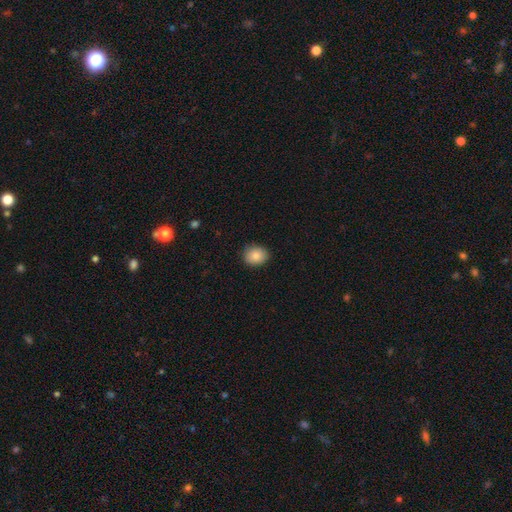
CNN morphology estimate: The model was most divided on "how rounded": round: 62%, in between: 37%, cigar-shaped: 1%. More confident: merging — none (87%); smooth or featured — smooth (86%).